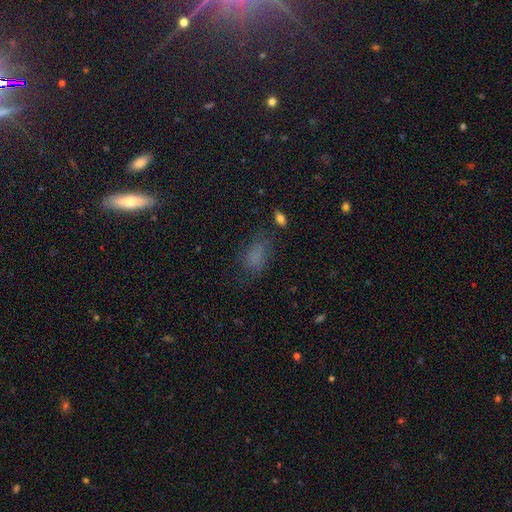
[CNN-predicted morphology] Q: Smooth or featured?
A: smooth (71%); runner-up: star or artifact (19%)
Q: How rounded?
A: in between (84%); runner-up: round (12%)
Q: Merging?
A: none (58%); runner-up: minor disturbance (24%)